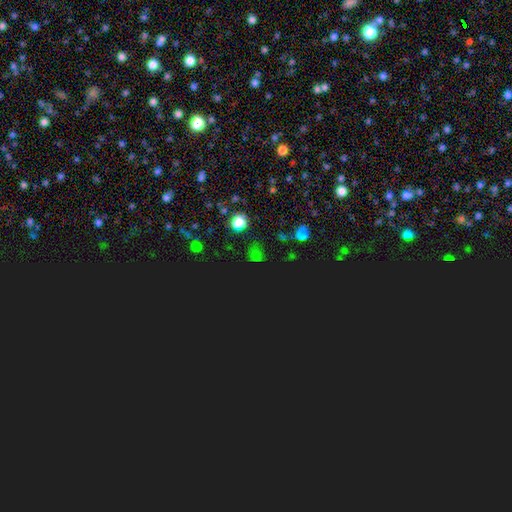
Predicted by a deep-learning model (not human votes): A star or artifact, not a galaxy (59%).

Vote fractions:
- Smooth or featured? star or artifact: 59% / smooth: 34% / featured or disk: 7%